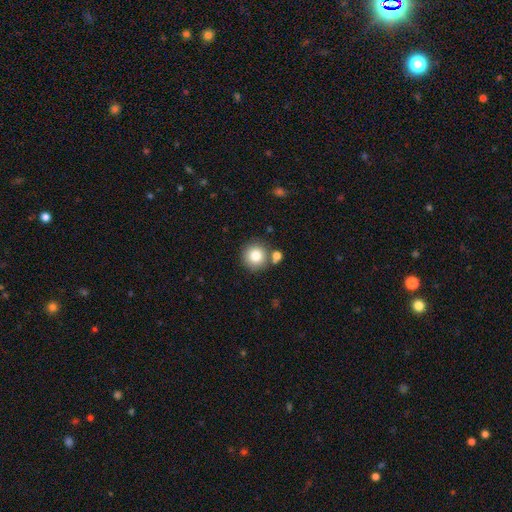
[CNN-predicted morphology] A smooth galaxy with no disk features (81%) that is round (93%). Merging: none (76%).